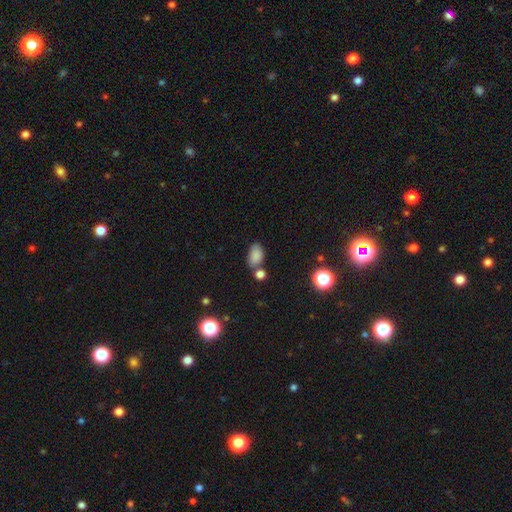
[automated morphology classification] smooth 82%, star or artifact 12%, featured or disk 6%. Down the decision tree: how rounded — in between (88%); merging — none (56%).